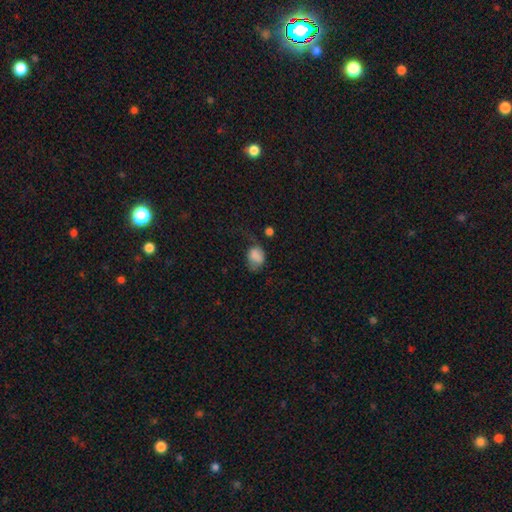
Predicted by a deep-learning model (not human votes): The model was most divided on "merging": major disturbance: 38%, minor disturbance: 29%, none: 27%, merger: 6%. More confident: smooth or featured — smooth (77%); how rounded — in between (63%).